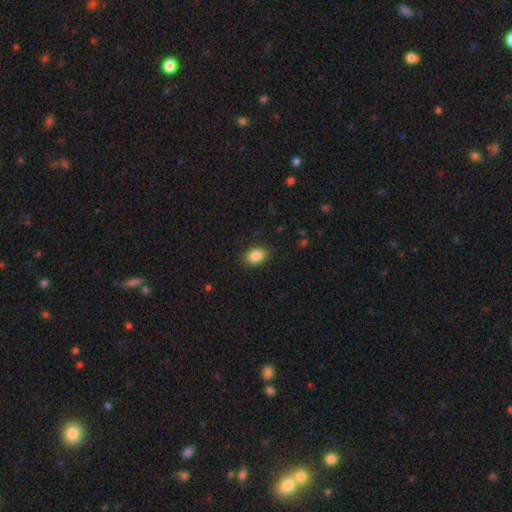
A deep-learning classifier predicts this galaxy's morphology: Smooth or featured? Predicted: smooth (p=0.86). How rounded? Predicted: in between (p=0.70). Merging? Predicted: none (p=0.85).